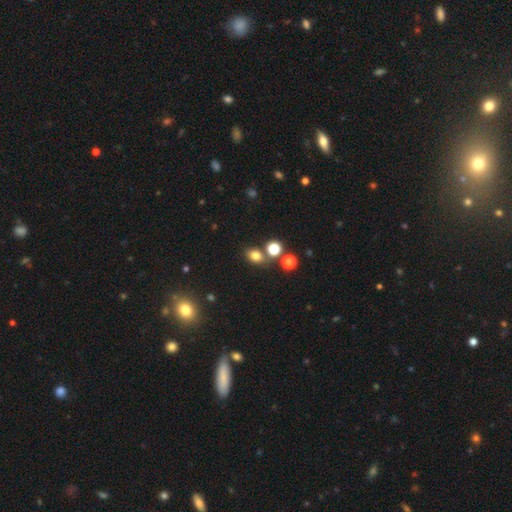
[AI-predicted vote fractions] This is likely a smooth galaxy (77%). How rounded: possibly in between (57%). Merging: likely none (70%).